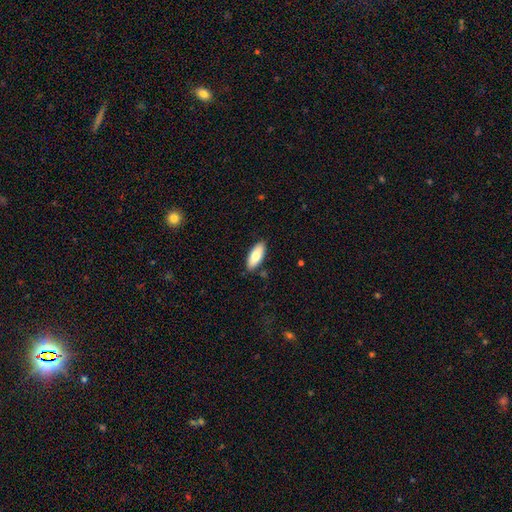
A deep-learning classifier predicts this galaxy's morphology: Smooth or featured?
  - smooth: 76% *
  - featured or disk: 18%
  - star or artifact: 6%
How rounded?
  - in between: 81% *
  - cigar-shaped: 17%
  - round: 2%
Merging?
  - none: 87% *
  - minor disturbance: 10%
  - major disturbance: 2%
  - merger: 2%